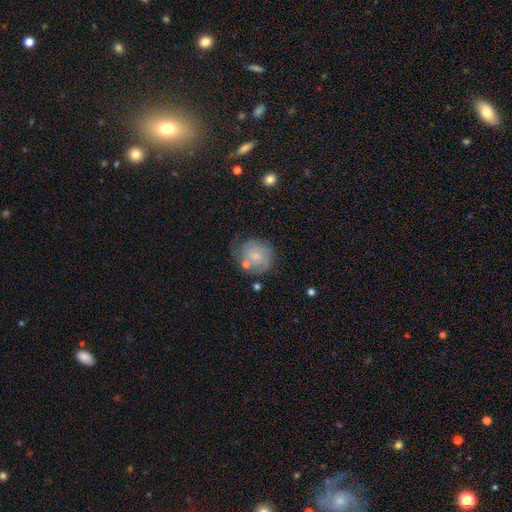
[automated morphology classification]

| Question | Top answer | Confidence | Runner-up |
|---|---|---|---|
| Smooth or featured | featured or disk | 47% | smooth (45%) |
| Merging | none | 55% | minor disturbance (25%) |